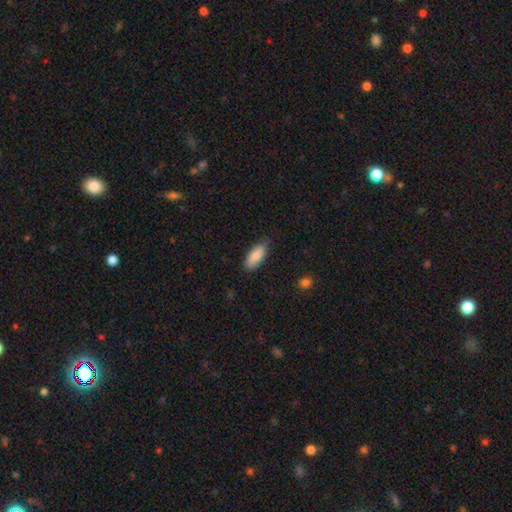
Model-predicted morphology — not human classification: smooth-or-featured: smooth: 86% | featured or disk: 8% | star or artifact: 6%
  how-rounded: in between: 81% | cigar-shaped: 17% | round: 2%
  merging: none: 79% | minor disturbance: 17% | major disturbance: 3% | merger: 1%